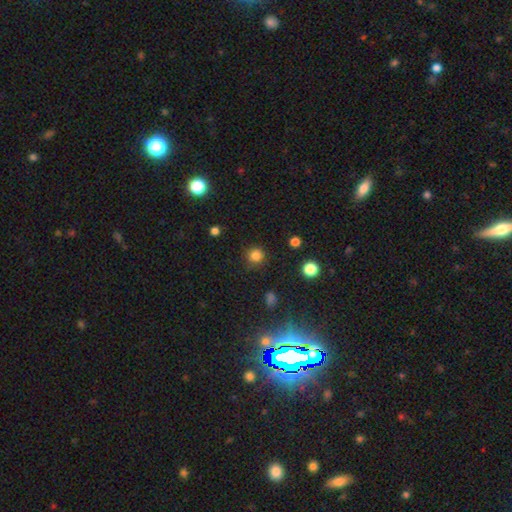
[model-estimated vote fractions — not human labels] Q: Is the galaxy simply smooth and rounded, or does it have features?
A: smooth — 81%.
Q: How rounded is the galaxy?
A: round — 93%.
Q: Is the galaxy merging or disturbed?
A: none — 86%.